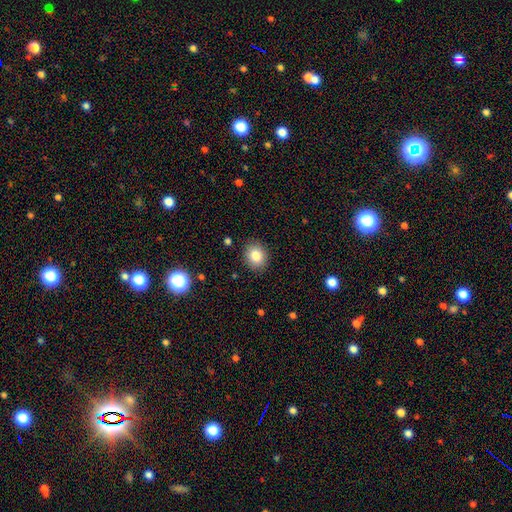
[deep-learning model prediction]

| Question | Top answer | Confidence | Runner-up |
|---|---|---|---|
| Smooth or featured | smooth | 83% | star or artifact (10%) |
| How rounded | round | 63% | in between (36%) |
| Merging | none | 89% | minor disturbance (8%) |